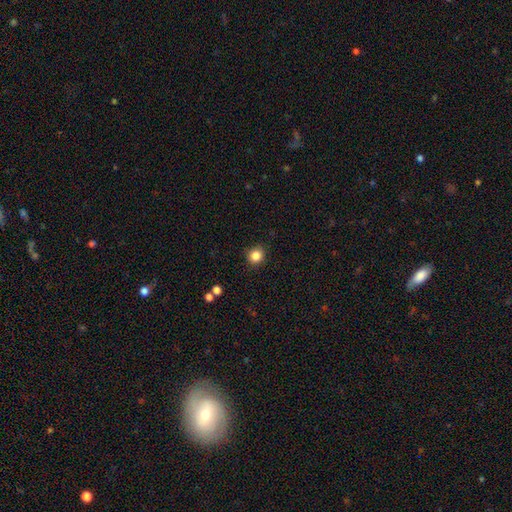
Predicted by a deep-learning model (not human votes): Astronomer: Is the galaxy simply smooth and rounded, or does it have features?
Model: smooth — 84%.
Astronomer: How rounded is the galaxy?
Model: round — 86%.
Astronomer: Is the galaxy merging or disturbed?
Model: none — 89%.